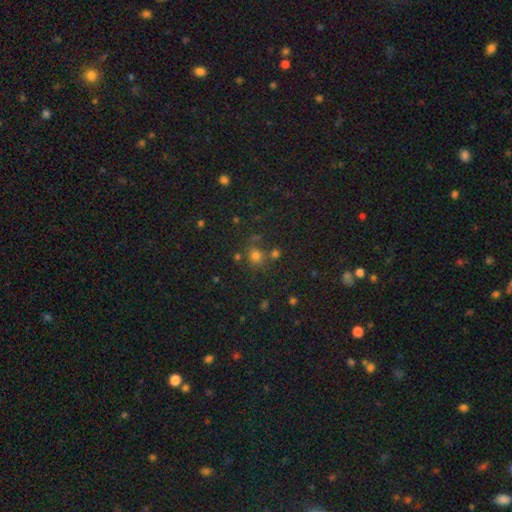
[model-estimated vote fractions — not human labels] smooth 68%, star or artifact 24%, featured or disk 8%. Down the decision tree: how rounded — round (80%); merging — none (65%).